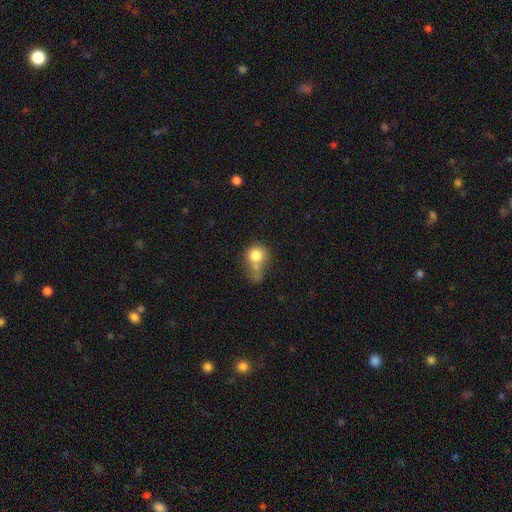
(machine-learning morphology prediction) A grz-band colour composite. It shows a smooth galaxy with no disk features (77%) that is round (76%). Merging: merger (34%).